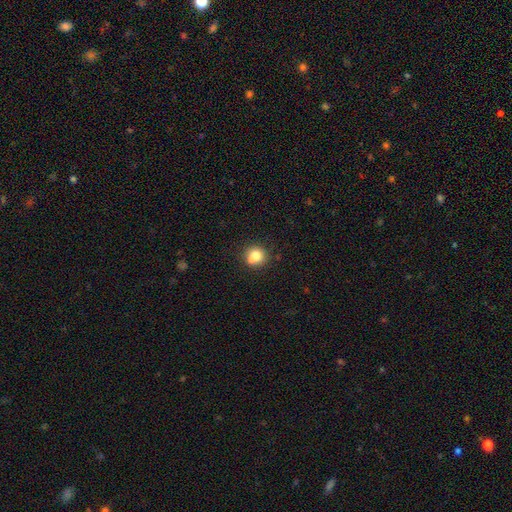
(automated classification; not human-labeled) Smooth or featured: smooth — 77% (featured or disk — 12%)
How rounded: round — 85% (in between — 14%)
Merging: none — 57% (merger — 27%)